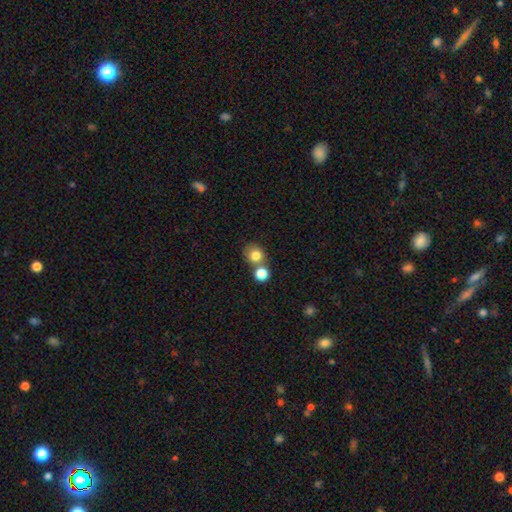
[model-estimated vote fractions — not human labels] This appears to be a smooth galaxy with no disk features (80%) that is round (81%). Merging: none (54%).